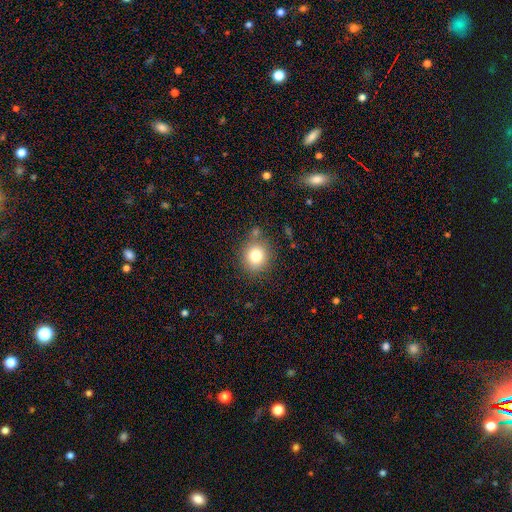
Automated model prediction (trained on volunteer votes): Overall: smooth (79%). How rounded: round (84%). Merging: none (78%).